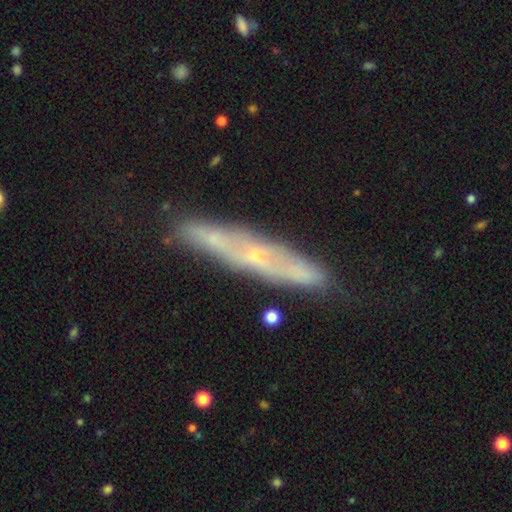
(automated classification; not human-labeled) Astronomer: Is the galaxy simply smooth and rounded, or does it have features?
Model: featured or disk — 67%.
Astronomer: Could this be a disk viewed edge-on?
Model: yes — 62% (runner-up: no, 38%).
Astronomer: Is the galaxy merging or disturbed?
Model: none — 77%.